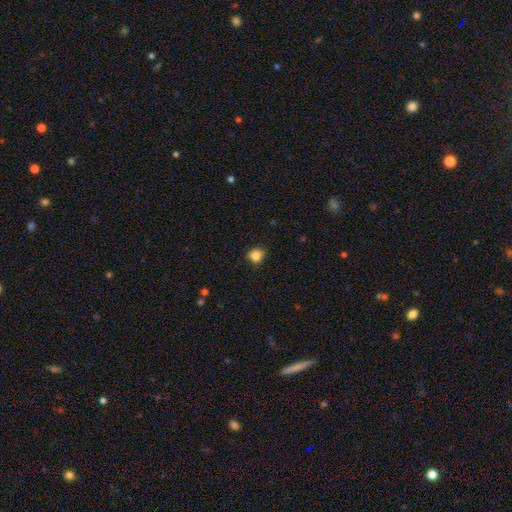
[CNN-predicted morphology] Smooth or featured? smooth (85%)
How rounded? round (81%)
Merging? none (81%)